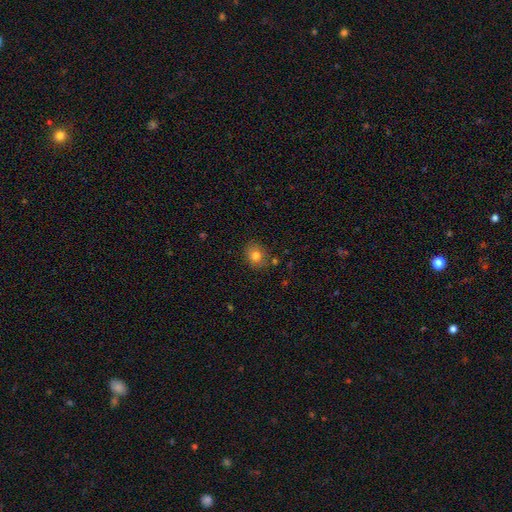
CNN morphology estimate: Smooth or featured: smooth — 79% (star or artifact — 12%)
How rounded: round — 66% (in between — 33%)
Merging: none — 82% (minor disturbance — 11%)